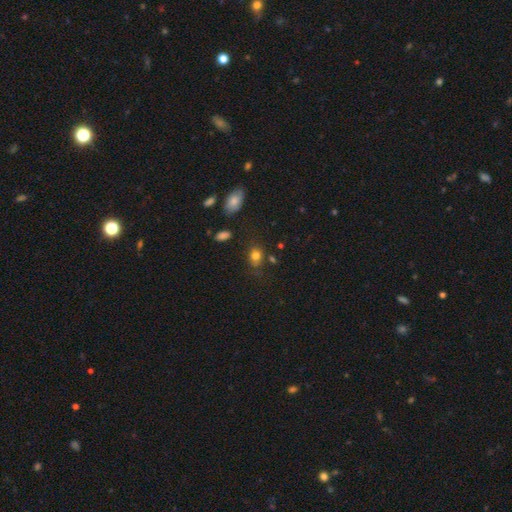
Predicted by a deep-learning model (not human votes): Smooth or featured? smooth (78%)
How rounded? in between (49%, tied with round)
Merging? none (68%)